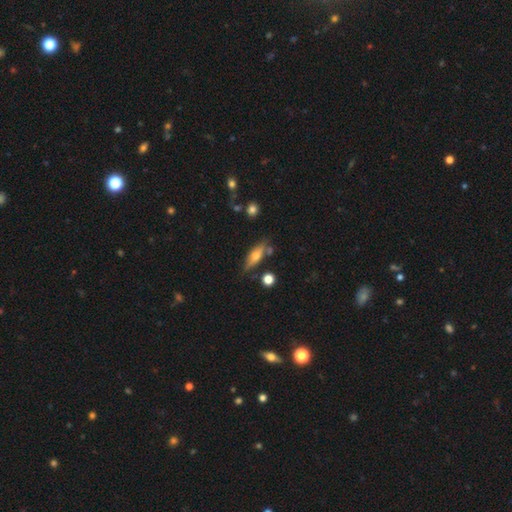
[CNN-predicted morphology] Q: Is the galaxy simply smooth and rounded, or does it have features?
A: smooth — 55%.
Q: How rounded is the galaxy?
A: in between — 50%.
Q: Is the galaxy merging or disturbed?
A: none — 69%.